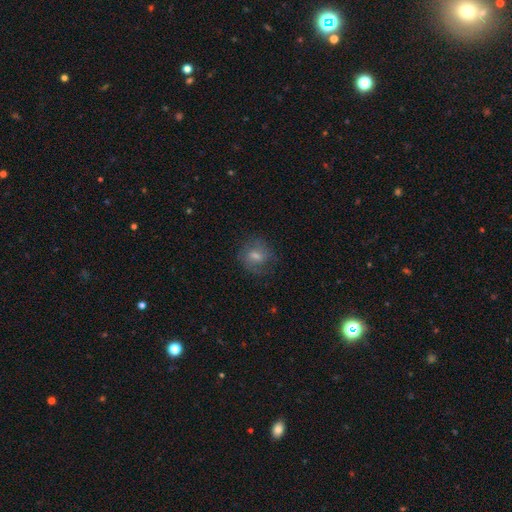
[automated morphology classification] smooth_or_featured: smooth (p=0.55) [alt: featured or disk p=0.35]
how_rounded: round (p=0.63) [alt: in between p=0.35]
merging: none (p=0.66) [alt: minor disturbance p=0.20]